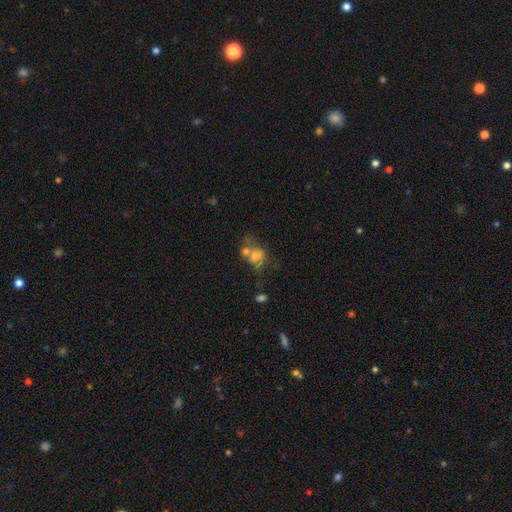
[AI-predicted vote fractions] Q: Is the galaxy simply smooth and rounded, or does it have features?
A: smooth — 61%.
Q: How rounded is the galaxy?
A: in between — 57%.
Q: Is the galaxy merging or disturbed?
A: merger — 40%.